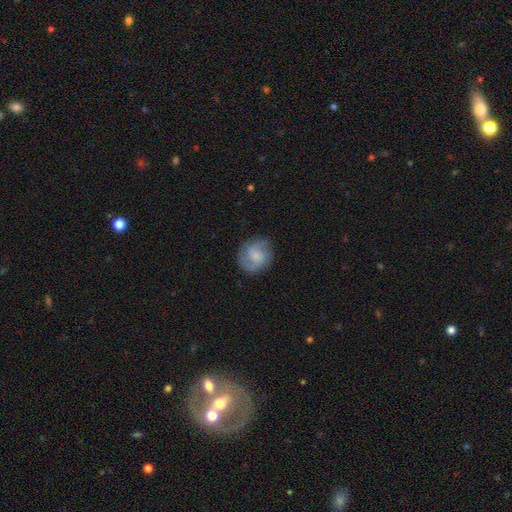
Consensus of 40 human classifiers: Overall: featured or disk (57%; smooth 35%). Edge-on disk: no (96%). Bar: weak (59%; no 36%). Spiral arms: yes (95%). Spiral arm count: 2 (81%). Spiral winding: medium (57%; loose 29%). Bulge size: small (55%; moderate 18%). Merging: none (86%).